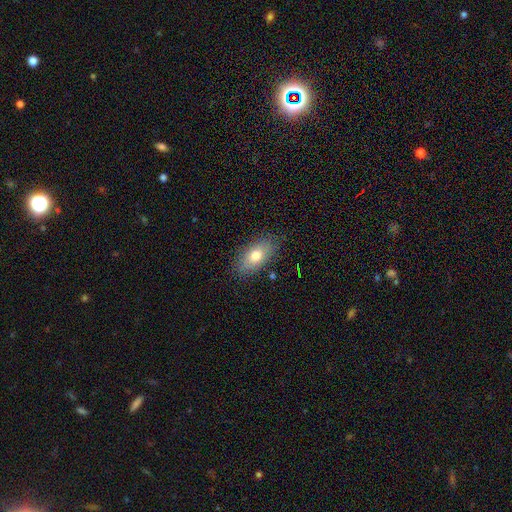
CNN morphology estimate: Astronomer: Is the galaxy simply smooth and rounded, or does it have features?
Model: smooth — 74%.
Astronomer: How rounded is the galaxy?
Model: in between — 88%.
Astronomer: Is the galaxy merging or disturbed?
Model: none — 82%.